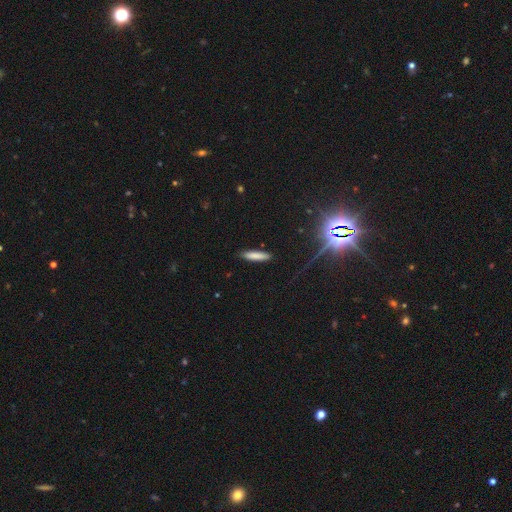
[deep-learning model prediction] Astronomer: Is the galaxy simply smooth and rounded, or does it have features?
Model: smooth — 82%.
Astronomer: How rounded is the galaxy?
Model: cigar-shaped — 83%.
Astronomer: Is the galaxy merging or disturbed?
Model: none — 88%.